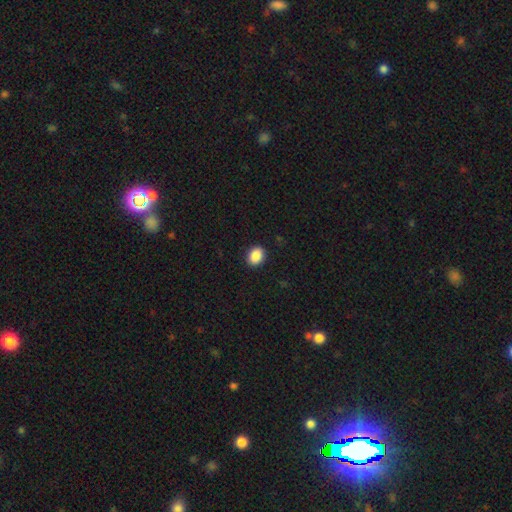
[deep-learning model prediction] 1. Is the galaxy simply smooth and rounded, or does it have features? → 89% smooth, 8% star or artifact, 3% featured or disk.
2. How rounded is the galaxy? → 53% in between, 46% round, 1% cigar-shaped.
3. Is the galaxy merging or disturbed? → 91% none, 6% minor disturbance, 2% major disturbance, 1% merger.